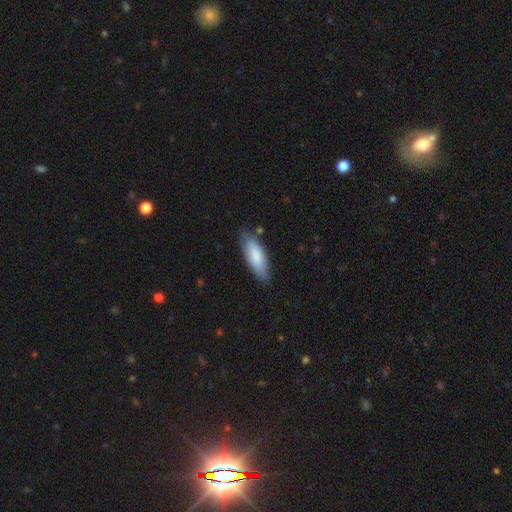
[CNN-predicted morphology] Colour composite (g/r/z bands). It shows a smooth galaxy with no disk features (82%) that is in between round and cigar-shaped (62%). Merging: none (77%).